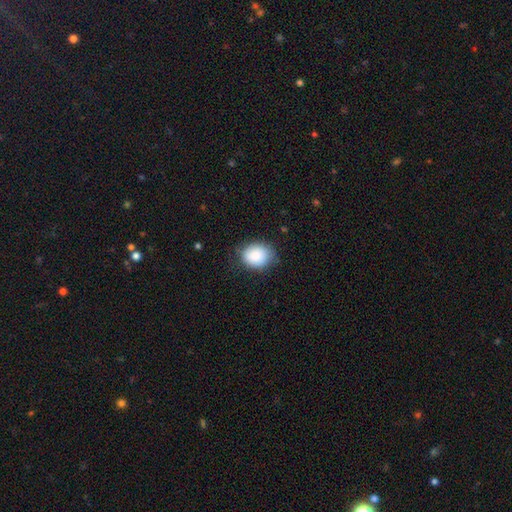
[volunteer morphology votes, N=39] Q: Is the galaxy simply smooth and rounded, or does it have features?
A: smooth — 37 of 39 (95%).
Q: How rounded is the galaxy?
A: round — 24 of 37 (65%).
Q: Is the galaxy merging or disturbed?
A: none — 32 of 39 (82%).